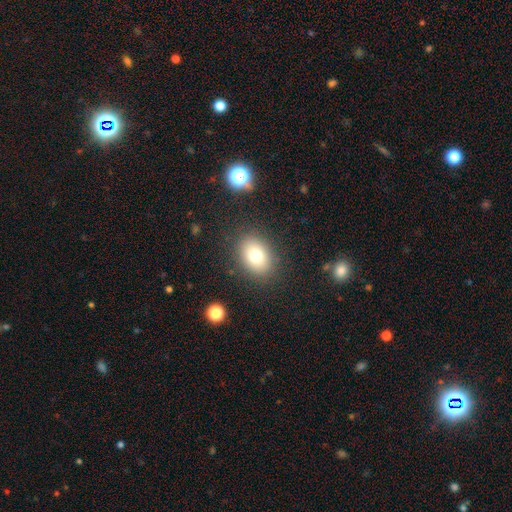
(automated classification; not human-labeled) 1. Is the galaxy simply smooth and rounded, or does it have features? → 76% smooth, 12% featured or disk, 12% star or artifact.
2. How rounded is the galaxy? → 65% in between, 34% round, 1% cigar-shaped.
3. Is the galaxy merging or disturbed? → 86% none, 9% minor disturbance, 4% major disturbance, 1% merger.